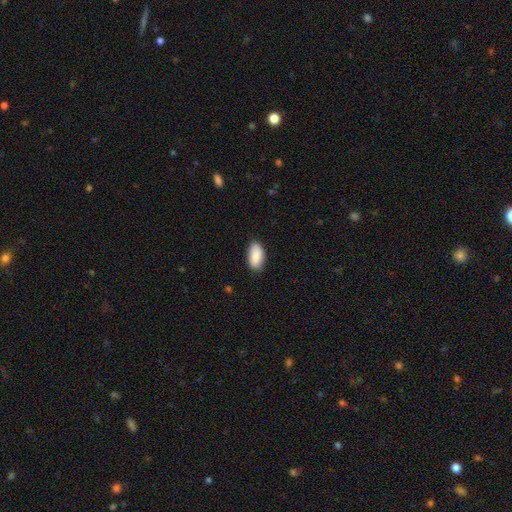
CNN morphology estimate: Overall: smooth (87%). How rounded: in between (93%). Merging: none (84%).